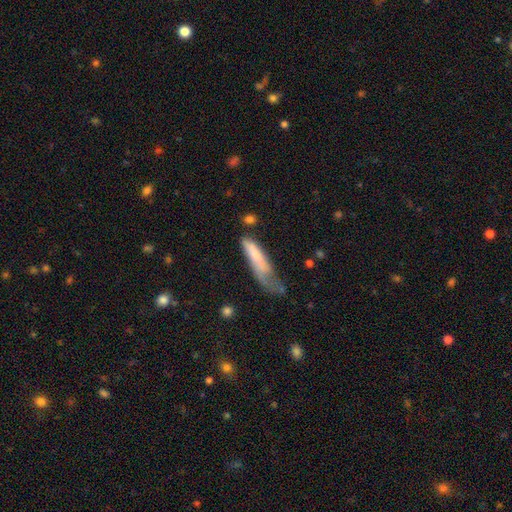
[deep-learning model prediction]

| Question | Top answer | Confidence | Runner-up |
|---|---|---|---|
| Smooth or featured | smooth | 67% | featured or disk (27%) |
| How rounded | cigar-shaped | 69% | in between (29%) |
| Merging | major disturbance | 42% | minor disturbance (29%) |